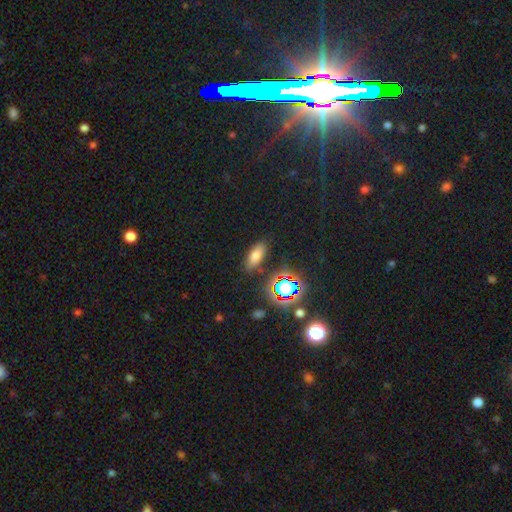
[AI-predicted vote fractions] smooth-or-featured: smooth: 68% | star or artifact: 21% | featured or disk: 11%
  how-rounded: in between: 77% | cigar-shaped: 17% | round: 6%
  merging: none: 84% | minor disturbance: 10% | major disturbance: 3% | merger: 2%